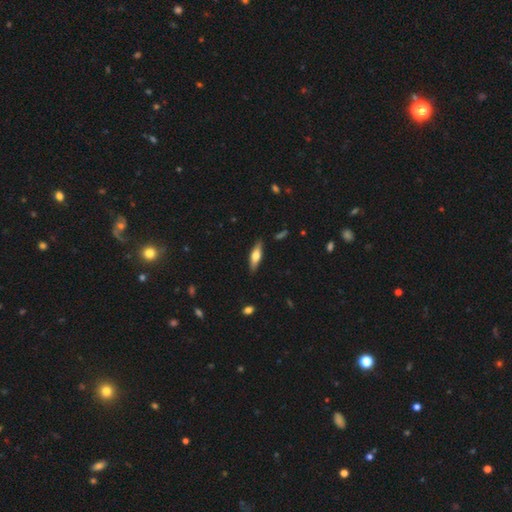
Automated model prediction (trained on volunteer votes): The model was most divided on "how rounded": cigar-shaped: 54%, in between: 44%, round: 2%. More confident: merging — none (86%); smooth or featured — smooth (55%).